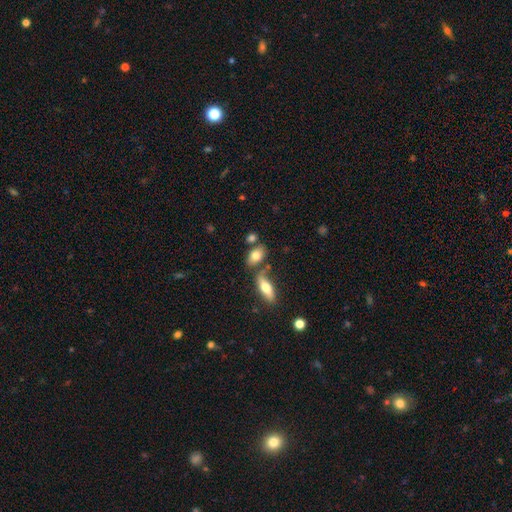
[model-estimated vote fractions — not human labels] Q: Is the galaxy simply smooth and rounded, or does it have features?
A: smooth — 77%.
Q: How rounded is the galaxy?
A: in between — 86%.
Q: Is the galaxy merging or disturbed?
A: none — 59%.